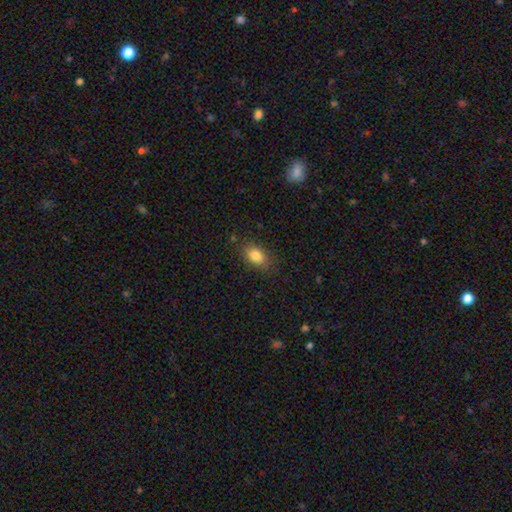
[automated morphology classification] smooth_or_featured: smooth (p=0.84) [alt: star or artifact p=0.09]
how_rounded: in between (p=0.84) [alt: round p=0.14]
merging: none (p=0.82) [alt: minor disturbance p=0.13]